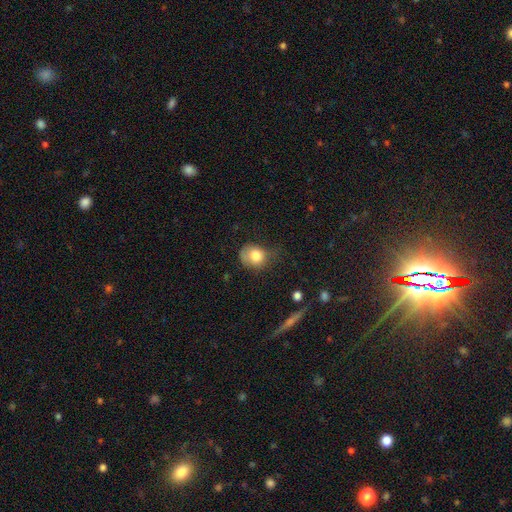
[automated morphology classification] type=smooth (78%); roundness=round (57%); merging=none (41%).